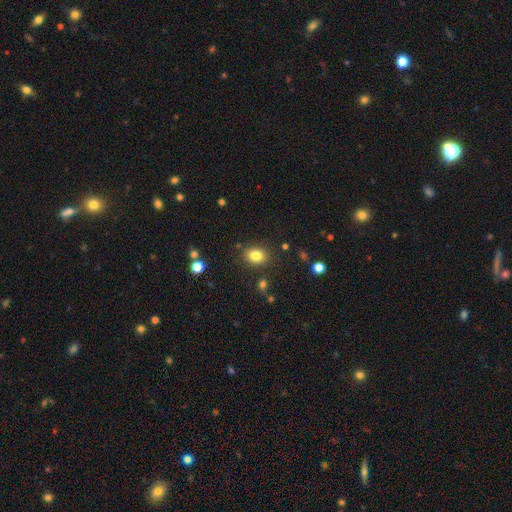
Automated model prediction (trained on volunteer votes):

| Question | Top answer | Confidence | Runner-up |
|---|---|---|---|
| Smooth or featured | smooth | 83% | star or artifact (11%) |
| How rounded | in between | 56% | round (43%) |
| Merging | none | 84% | minor disturbance (10%) |